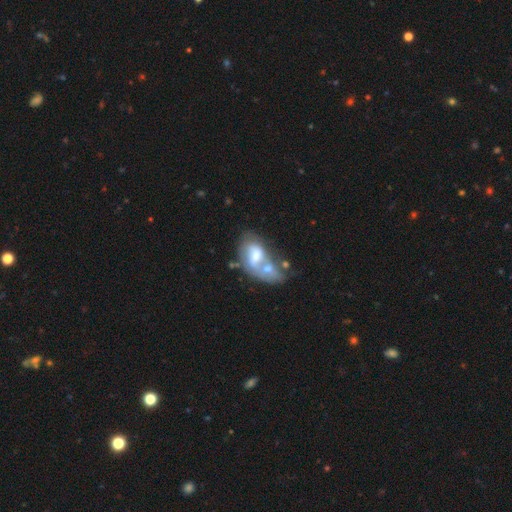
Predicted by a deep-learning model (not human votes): Smooth or featured?
  - featured or disk: 47% *
  - smooth: 45%
  - star or artifact: 8%
Merging?
  - merger: 59% *
  - none: 16%
  - major disturbance: 13%
  - minor disturbance: 12%